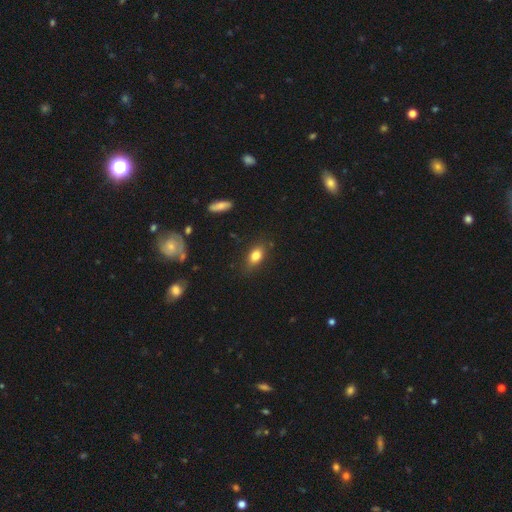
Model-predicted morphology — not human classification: smooth 81%, featured or disk 10%, star or artifact 9%. Down the decision tree: how rounded — in between (81%); merging — none (81%).